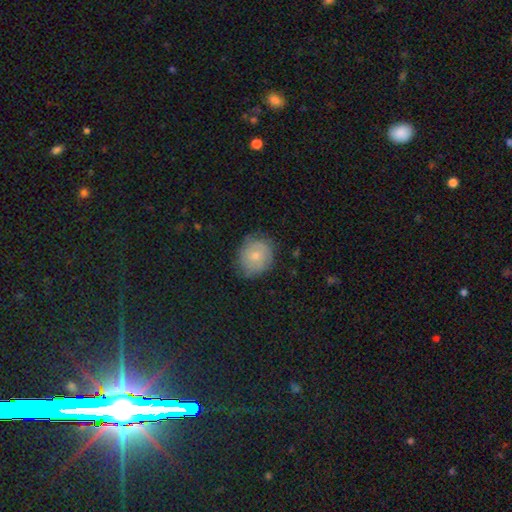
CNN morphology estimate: A smooth galaxy with no disk features (60%) that is round (75%). Merging: none (73%).